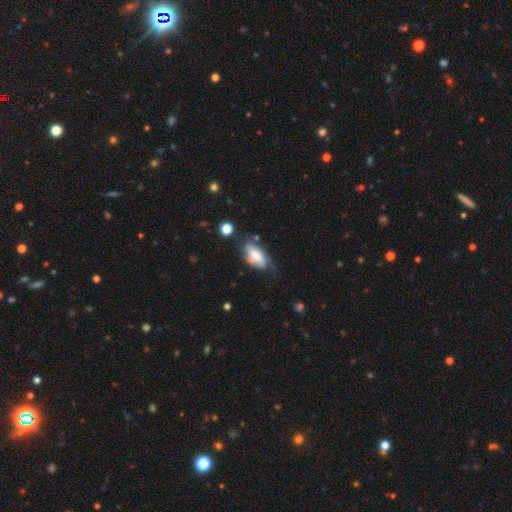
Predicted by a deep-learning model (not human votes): smooth-or-featured: smooth: 57% | featured or disk: 35% | star or artifact: 8%
  how-rounded: in between: 88% | cigar-shaped: 8% | round: 4%
  merging: none: 44% | minor disturbance: 34% | major disturbance: 16% | merger: 6%